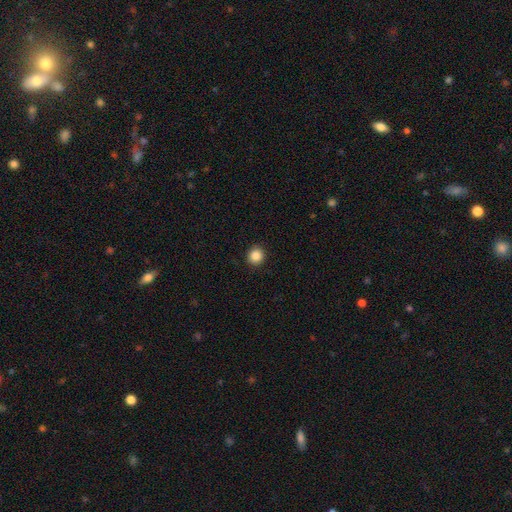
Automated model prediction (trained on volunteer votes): Smooth or featured? Predicted: smooth (p=0.87). How rounded? Predicted: round (p=0.90). Merging? Predicted: none (p=0.92).